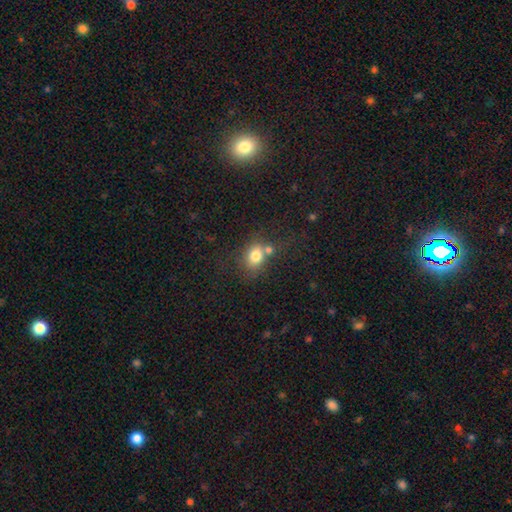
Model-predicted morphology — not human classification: Smooth or featured?
  - smooth: 78% *
  - star or artifact: 11%
  - featured or disk: 11%
How rounded?
  - in between: 56% *
  - round: 43%
  - cigar-shaped: 1%
Merging?
  - none: 46% *
  - merger: 32%
  - minor disturbance: 14%
  - major disturbance: 7%